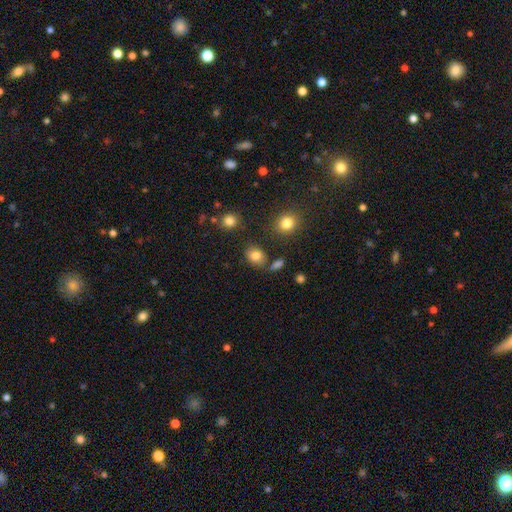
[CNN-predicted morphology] A smooth galaxy with no disk features (82%) that is round (52%). Merging: none (76%).